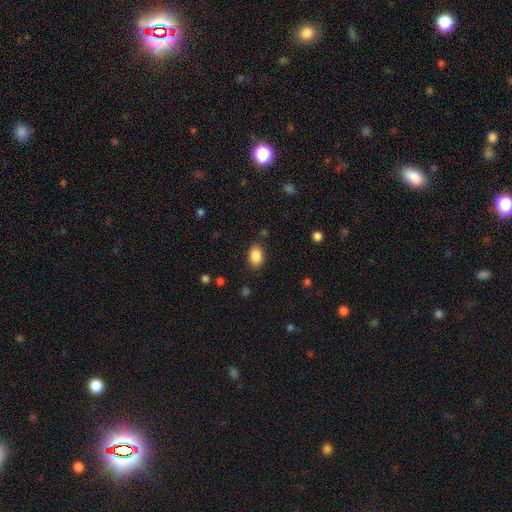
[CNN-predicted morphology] Overall: smooth (87%). How rounded: in between (82%). Merging: none (85%).